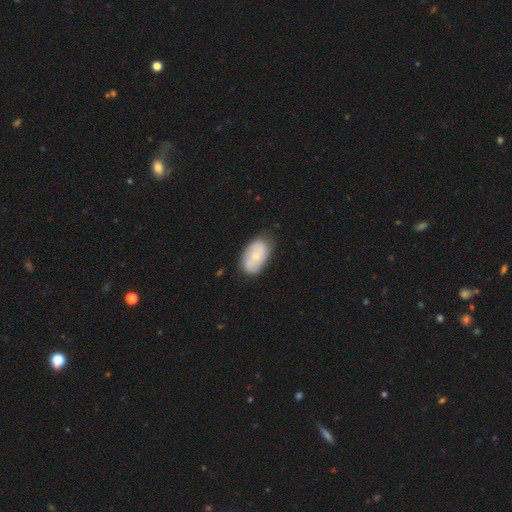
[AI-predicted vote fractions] smooth 53%, featured or disk 40%, star or artifact 6%. Down the decision tree: how rounded — in between (91%); merging — none (71%).